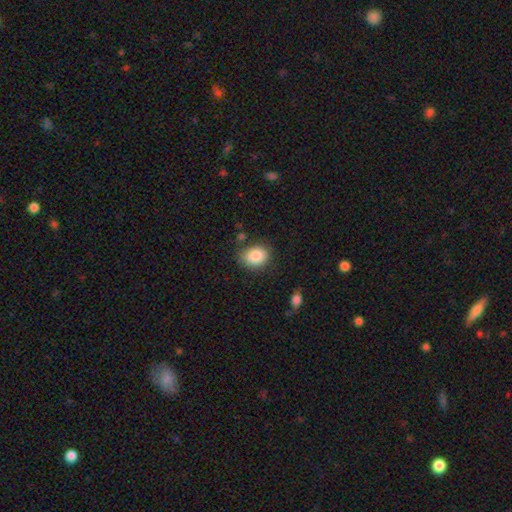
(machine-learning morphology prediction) smooth_or_featured: smooth (p=0.86) [alt: star or artifact p=0.08]
how_rounded: in between (p=0.57) [alt: round p=0.42]
merging: none (p=0.75) [alt: minor disturbance p=0.17]